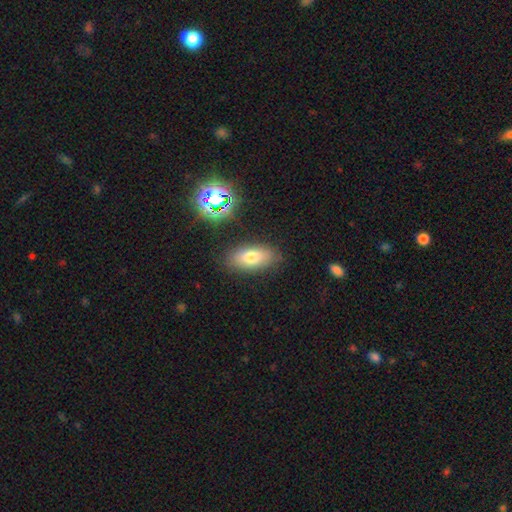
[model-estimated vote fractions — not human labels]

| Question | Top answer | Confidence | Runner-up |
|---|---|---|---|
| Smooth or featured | smooth | 65% | star or artifact (18%) |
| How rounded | in between | 82% | cigar-shaped (11%) |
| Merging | none | 87% | minor disturbance (8%) |